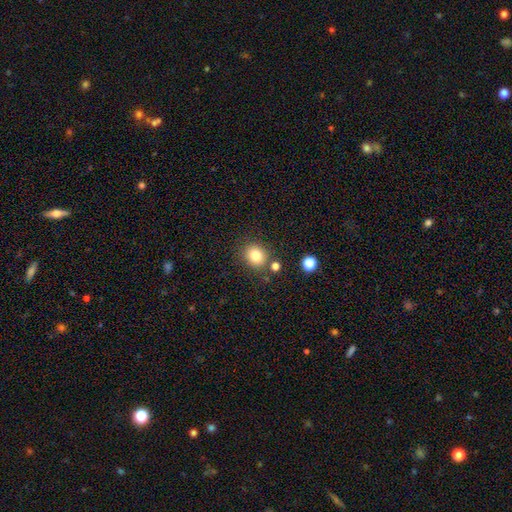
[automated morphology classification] A smooth galaxy with no disk features (81%) that is round (75%). Merging: none (81%).